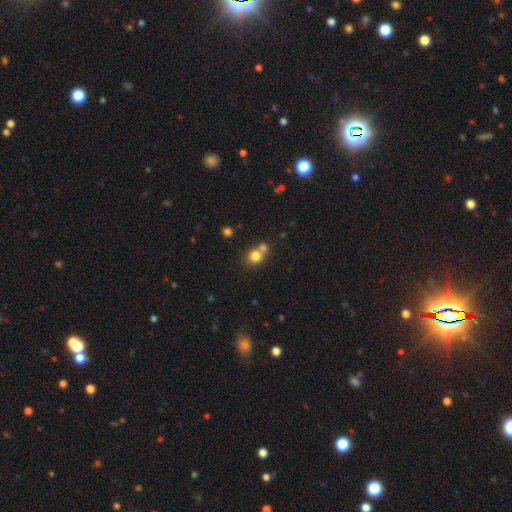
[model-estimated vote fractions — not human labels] smooth-or-featured: smooth: 79% | star or artifact: 11% | featured or disk: 9%
  how-rounded: round: 77% | in between: 22% | cigar-shaped: 1%
  merging: none: 44% (tied) | merger: 44% (tied) | minor disturbance: 8% | major disturbance: 4%